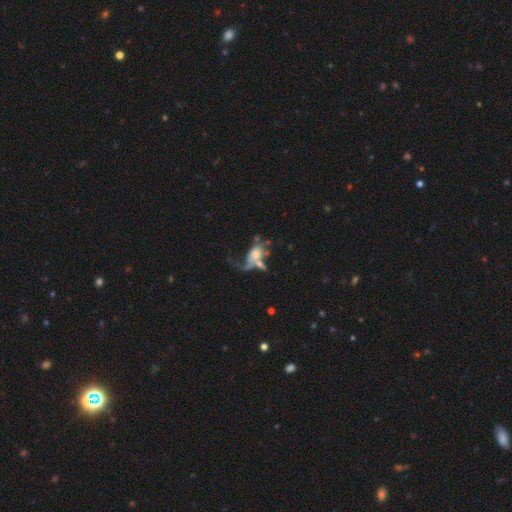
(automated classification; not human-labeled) This appears to be a featured or disk galaxy (54%). Merging: major disturbance (37%).